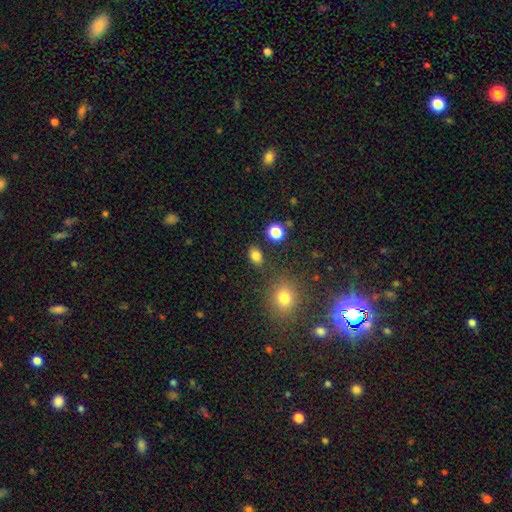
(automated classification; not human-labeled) smooth-or-featured: smooth: 82% | star or artifact: 12% | featured or disk: 5%
  how-rounded: in between: 73% | round: 26% | cigar-shaped: 2%
  merging: none: 82% | minor disturbance: 10% | merger: 5% | major disturbance: 3%